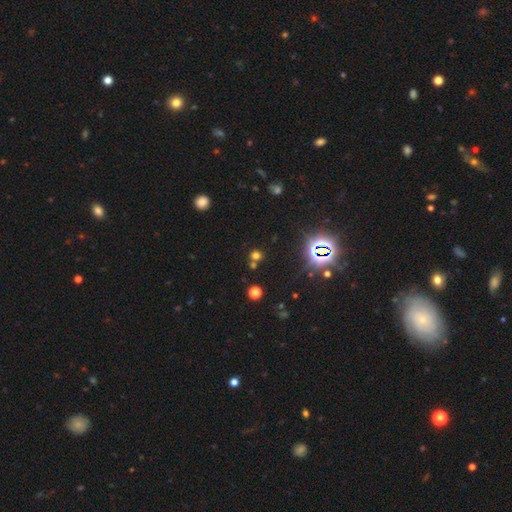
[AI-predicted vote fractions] smooth_or_featured: smooth (p=0.52) [alt: star or artifact p=0.40]
how_rounded: round (p=0.87) [alt: in between p=0.12]
merging: none (p=0.64) [alt: merger p=0.26]